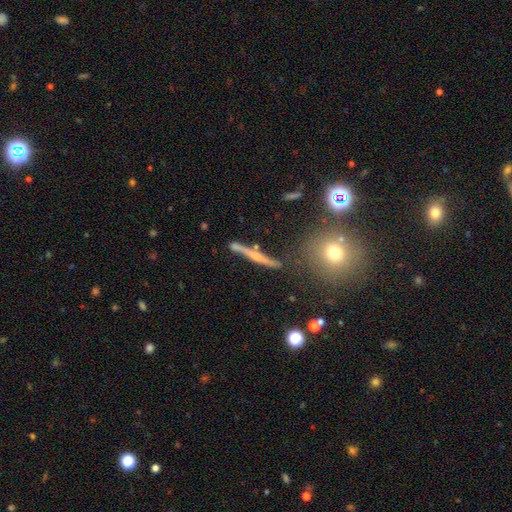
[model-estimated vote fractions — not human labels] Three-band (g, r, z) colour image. It shows a featured or disk galaxy (60%) viewed edge-on (92%) with a rounded central bulge (53%). Merging: none (74%).